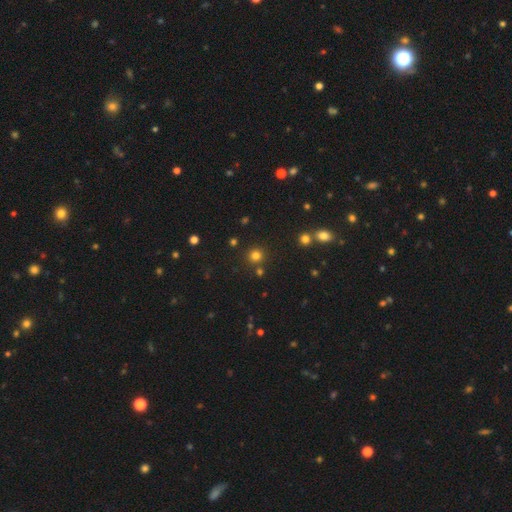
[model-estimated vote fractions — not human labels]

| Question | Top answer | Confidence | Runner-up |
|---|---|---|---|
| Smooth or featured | smooth | 77% | star or artifact (18%) |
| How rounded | round | 94% | in between (5%) |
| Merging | none | 86% | merger (6%) |